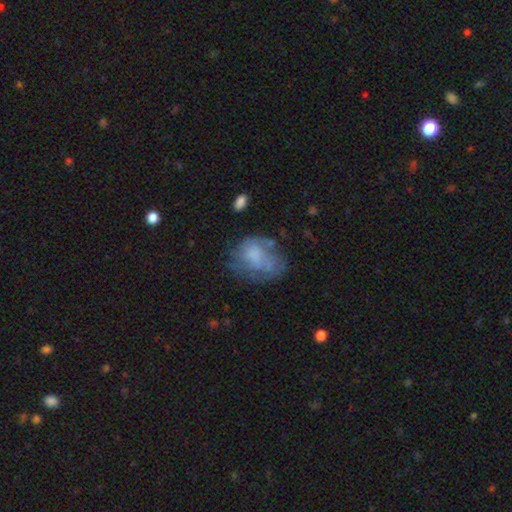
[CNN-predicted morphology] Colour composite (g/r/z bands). It shows a smooth galaxy with no disk features (50%). Merging: none (45%).